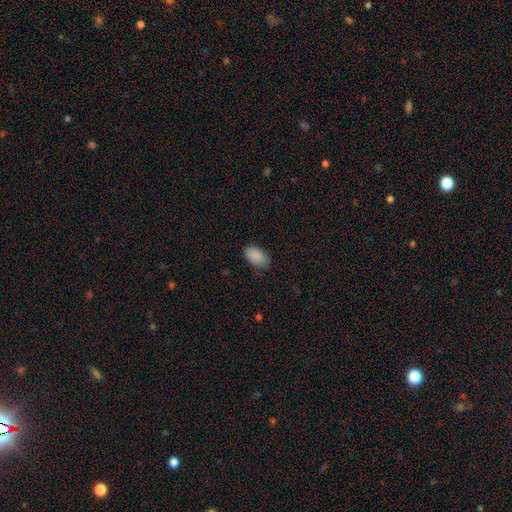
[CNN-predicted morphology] The model was most divided on "merging": none: 79%, minor disturbance: 16%, major disturbance: 3%, merger: 1%. More confident: how rounded — in between (92%); smooth or featured — smooth (89%).